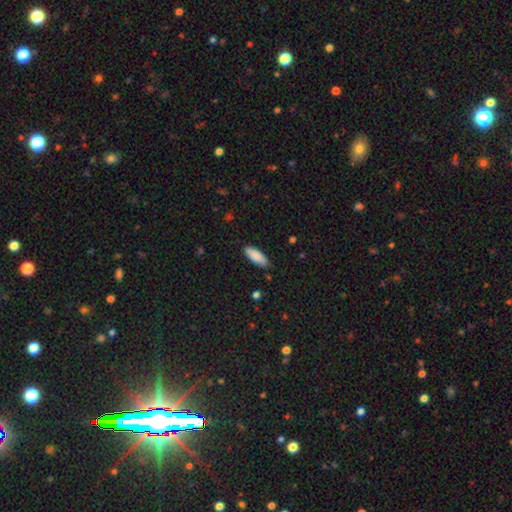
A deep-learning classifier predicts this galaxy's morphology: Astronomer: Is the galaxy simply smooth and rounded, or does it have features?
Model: smooth — 87%.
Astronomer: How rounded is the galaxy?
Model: in between — 72%.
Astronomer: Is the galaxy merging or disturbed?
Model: none — 84%.